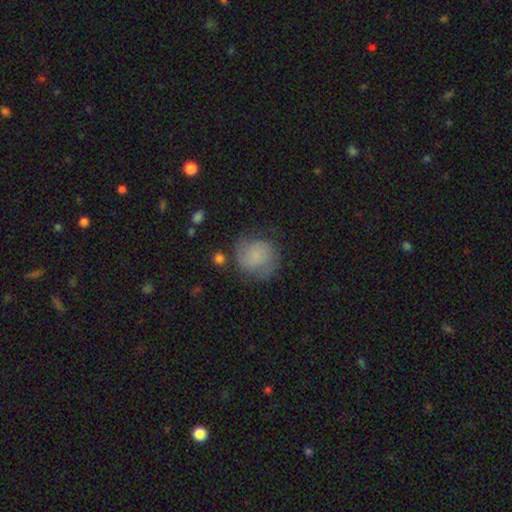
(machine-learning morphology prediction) Smooth or featured? smooth (56%)
How rounded? round (85%)
Merging? none (65%)